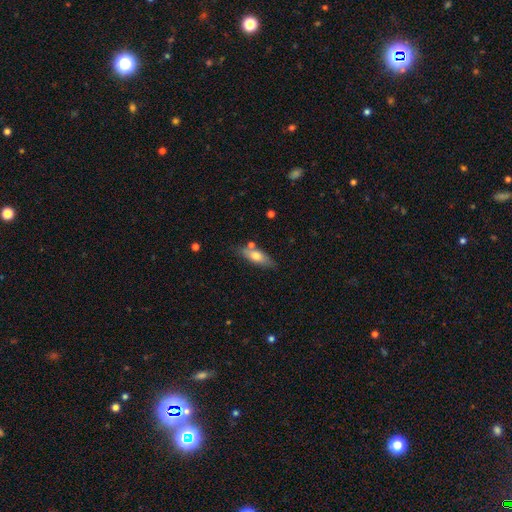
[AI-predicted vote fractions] smooth 66%, featured or disk 27%, star or artifact 7%. Down the decision tree: how rounded — in between (66%); merging — none (68%).